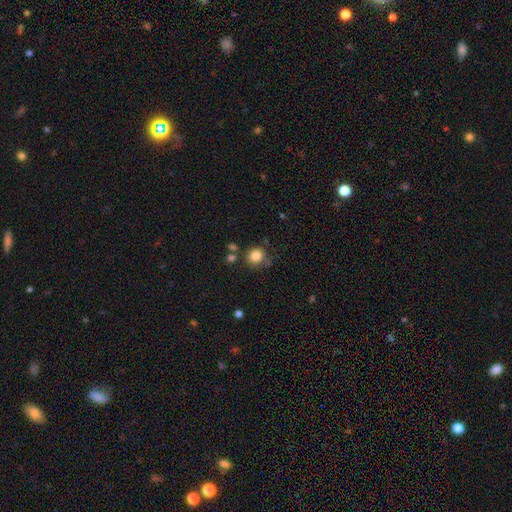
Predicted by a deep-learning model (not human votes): A smooth galaxy with no disk features (83%) that is round (87%). Merging: none (72%).